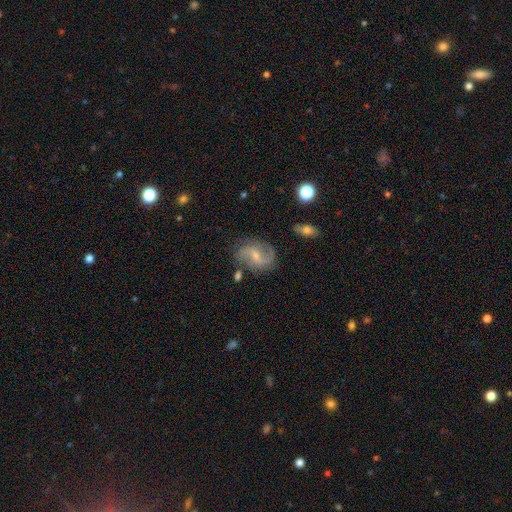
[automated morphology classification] smooth_or_featured: featured or disk (p=0.83) [alt: smooth p=0.10]
disk_edge_on: no (p=0.97) [alt: yes p=0.03]
bar: weak (p=0.52) [alt: no p=0.30]
has_spiral_arms: yes (p=0.95) [alt: no p=0.05]
spiral_winding: loose (p=0.46) [alt: medium p=0.41]
spiral_arm_count: 2 (p=0.85) [alt: can't tell p=0.05]
bulge_size: small (p=0.65) [alt: moderate p=0.28]
merging: none (p=0.72) [alt: minor disturbance p=0.18]